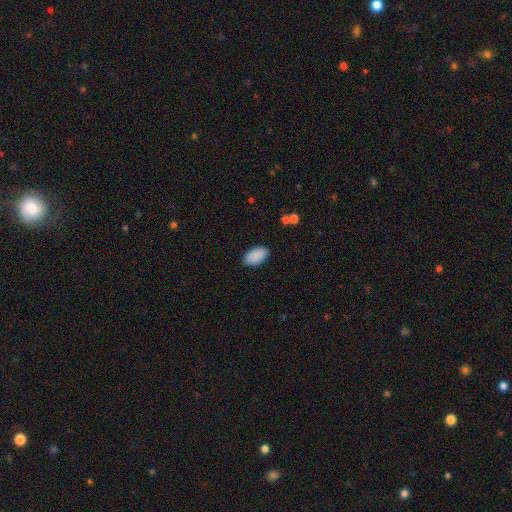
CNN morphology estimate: Q: Smooth or featured?
A: smooth (90%); runner-up: star or artifact (7%)
Q: How rounded?
A: in between (95%); runner-up: round (3%)
Q: Merging?
A: none (88%); runner-up: minor disturbance (9%)